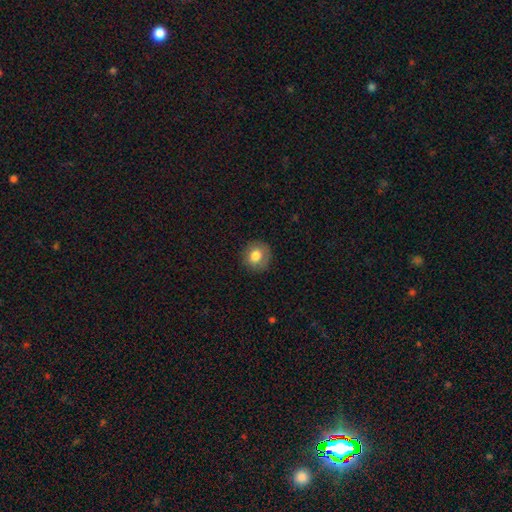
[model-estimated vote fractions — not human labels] Smooth or featured: smooth — 79% (featured or disk — 13%)
How rounded: round — 84% (in between — 15%)
Merging: none — 83% (minor disturbance — 12%)